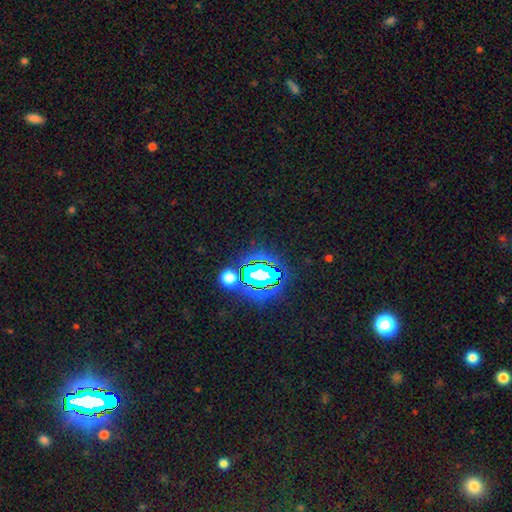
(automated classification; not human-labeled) smooth-or-featured: star or artifact: 81% | smooth: 12% | featured or disk: 7%